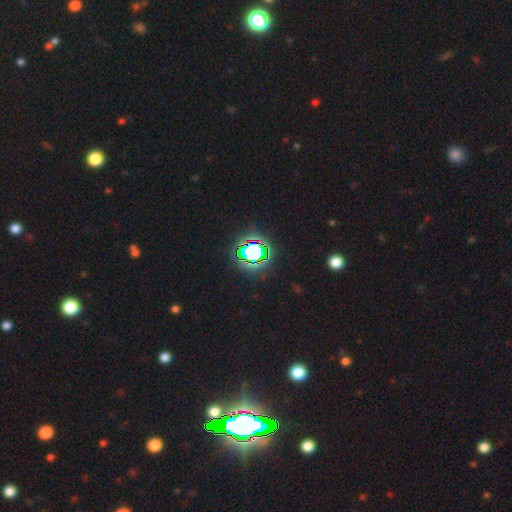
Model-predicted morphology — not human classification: Smooth or featured: star or artifact — 79% (smooth — 13%)